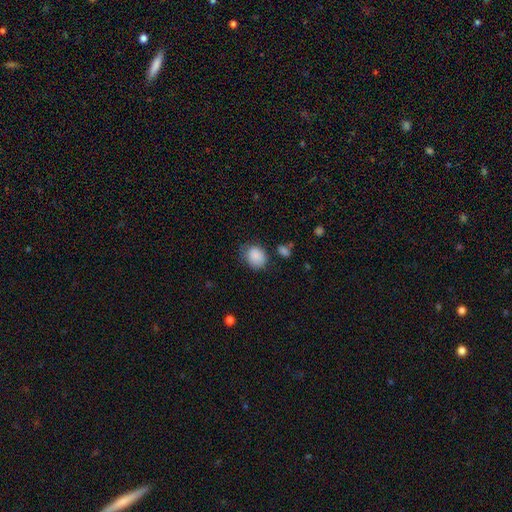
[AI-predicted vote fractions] smooth-or-featured: smooth: 87% | star or artifact: 8% | featured or disk: 5%
  how-rounded: round: 51% | in between: 48% | cigar-shaped: 1%
  merging: none: 62% | minor disturbance: 27% | major disturbance: 8% | merger: 3%